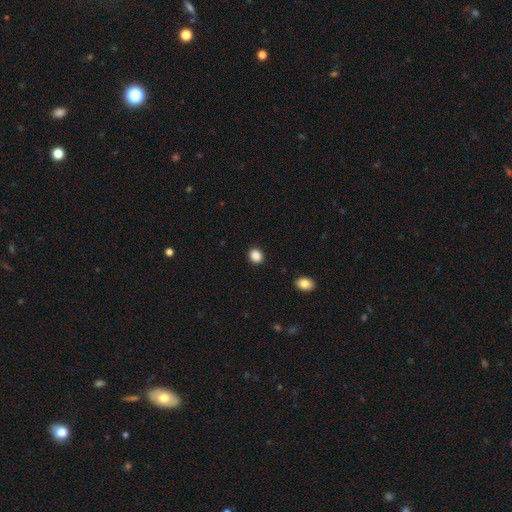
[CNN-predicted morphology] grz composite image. It shows a smooth galaxy with no disk features (88%) that is round (66%). Merging: none (90%).